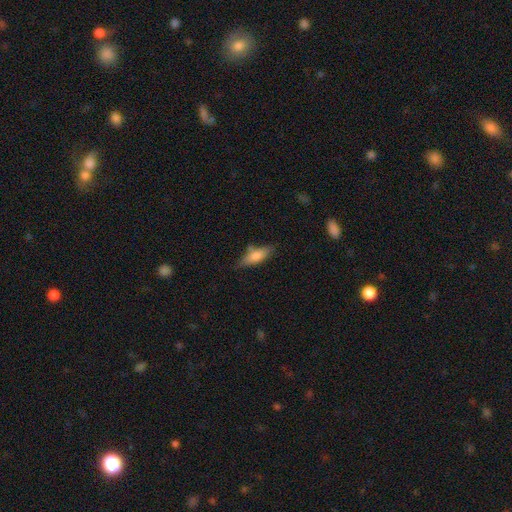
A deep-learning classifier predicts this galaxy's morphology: Smooth or featured? Predicted: smooth (p=0.76). How rounded? Predicted: in between (p=0.60). Merging? Predicted: none (p=0.69).